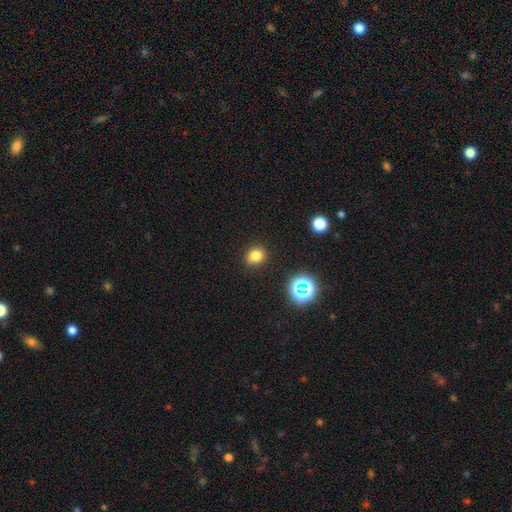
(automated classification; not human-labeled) Smooth or featured? smooth (77%)
How rounded? round (72%)
Merging? none (86%)